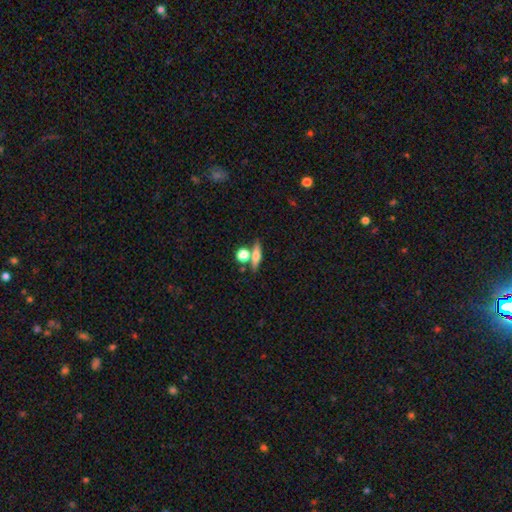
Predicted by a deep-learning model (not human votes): The model was most divided on "smooth or featured": smooth: 57%, featured or disk: 33%, star or artifact: 10%. More confident: merging — none (66%); how rounded — cigar-shaped (54%).